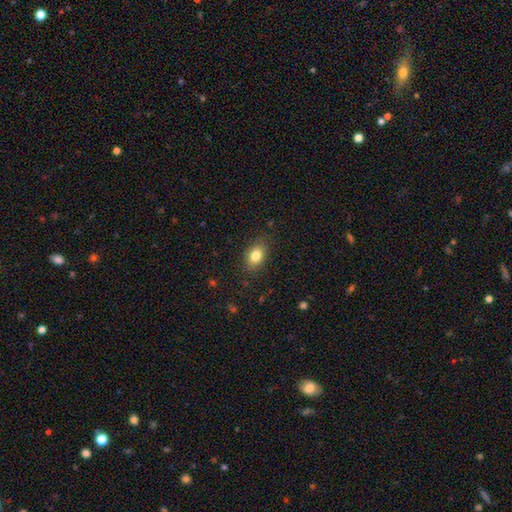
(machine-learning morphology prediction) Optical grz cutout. It shows a smooth galaxy with no disk features (81%) that is in between round and cigar-shaped (84%). Merging: none (84%).